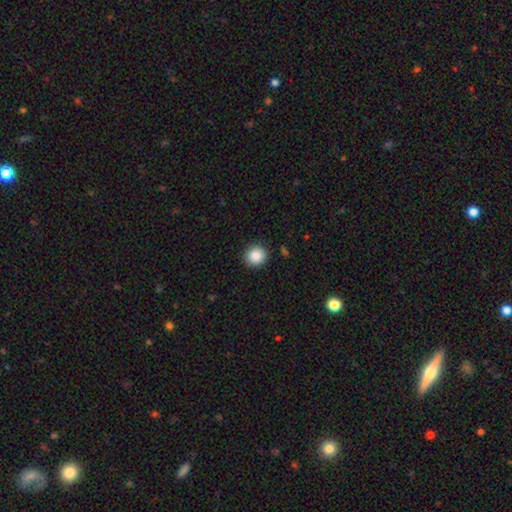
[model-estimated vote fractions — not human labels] Smooth or featured: smooth — 88% (star or artifact — 9%)
How rounded: round — 89% (in between — 10%)
Merging: none — 91% (minor disturbance — 6%)